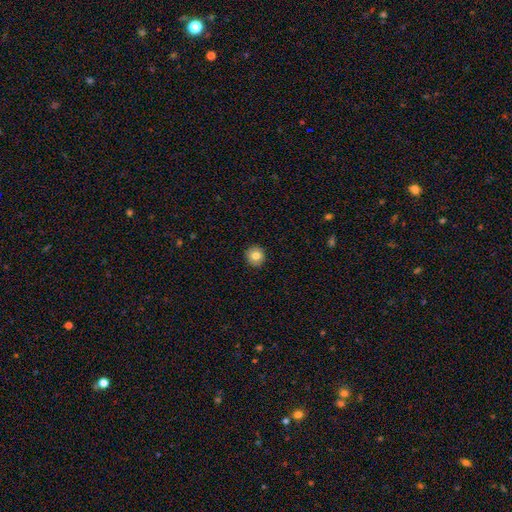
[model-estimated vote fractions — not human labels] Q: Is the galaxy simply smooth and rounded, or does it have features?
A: smooth — 82%.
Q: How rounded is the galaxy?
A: round — 90%.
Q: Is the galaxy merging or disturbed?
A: none — 92%.